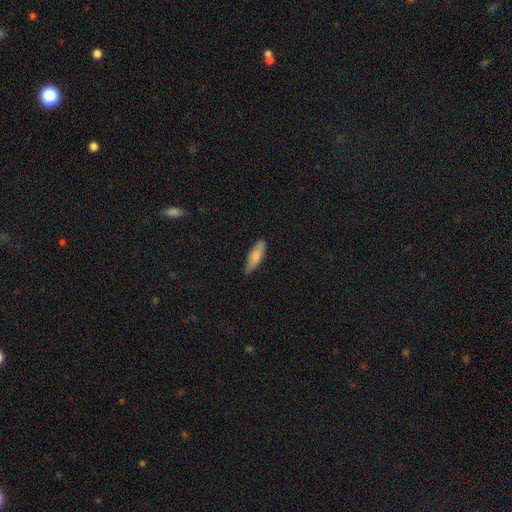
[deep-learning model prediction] smooth-or-featured: smooth: 81% | featured or disk: 14% | star or artifact: 6%
  how-rounded: in between: 61% | cigar-shaped: 37% | round: 2%
  merging: none: 74% | minor disturbance: 22% | major disturbance: 3% | merger: 1%